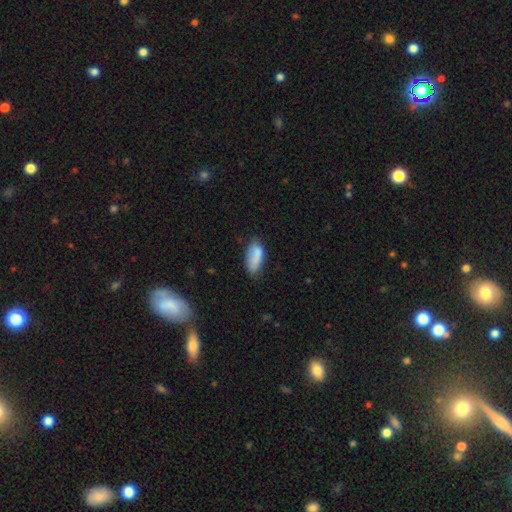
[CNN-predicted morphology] smooth-or-featured: smooth: 84% | featured or disk: 8% | star or artifact: 8%
  how-rounded: in between: 87% | cigar-shaped: 11% | round: 2%
  merging: none: 61% | minor disturbance: 29% | major disturbance: 7% | merger: 3%